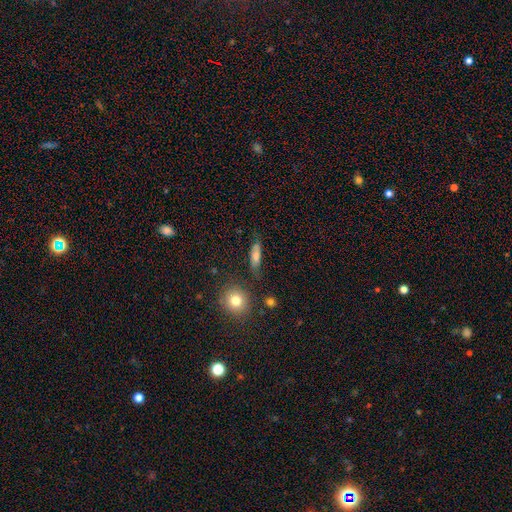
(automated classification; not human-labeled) Smooth or featured? smooth (69%)
How rounded? cigar-shaped (52%)
Merging? none (70%)